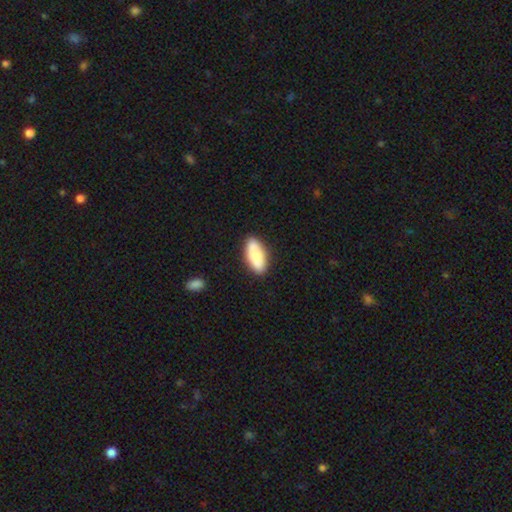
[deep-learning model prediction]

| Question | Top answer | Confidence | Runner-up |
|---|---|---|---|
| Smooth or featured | smooth | 83% | featured or disk (12%) |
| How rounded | in between | 68% | cigar-shaped (30%) |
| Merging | none | 85% | minor disturbance (11%) |